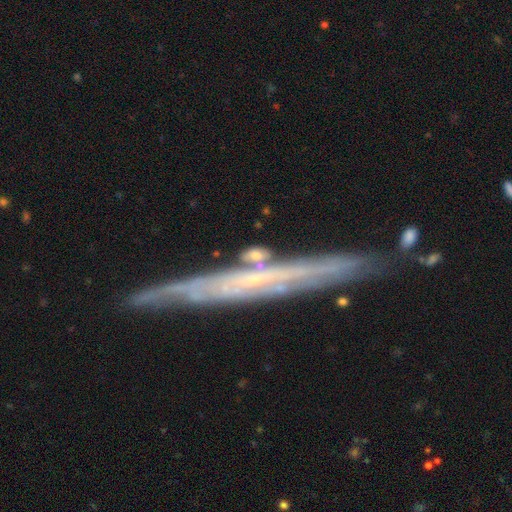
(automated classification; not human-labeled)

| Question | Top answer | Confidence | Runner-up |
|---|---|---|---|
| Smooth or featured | smooth | 50% | featured or disk (38%) |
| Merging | none | 61% | minor disturbance (17%) |